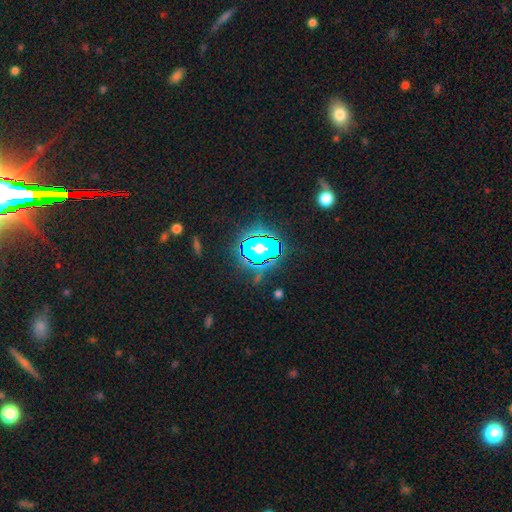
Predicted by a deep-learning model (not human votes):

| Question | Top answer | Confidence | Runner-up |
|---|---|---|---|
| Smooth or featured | star or artifact | 83% | smooth (9%) |